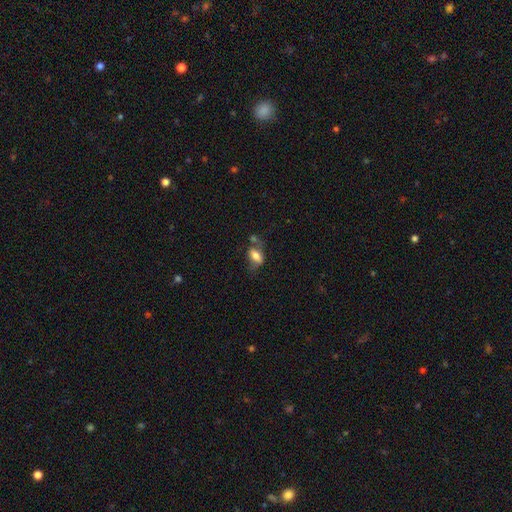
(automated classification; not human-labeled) Smooth or featured: smooth — 66% (featured or disk — 25%)
How rounded: in between — 84% (round — 9%)
Merging: none — 42% (minor disturbance — 24%)